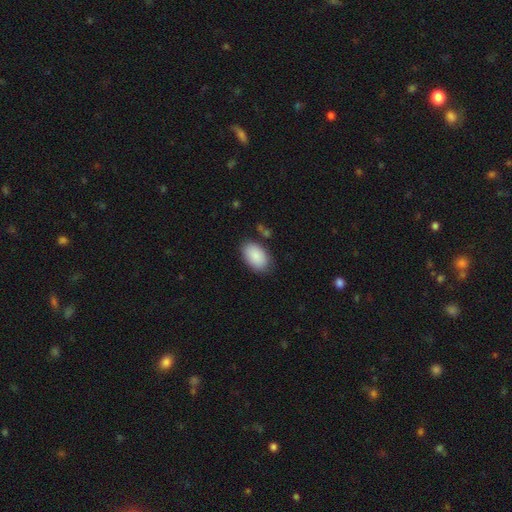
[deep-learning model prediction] This is clearly a smooth galaxy (89%). How rounded: clearly in between (93%). Merging: clearly none (81%).